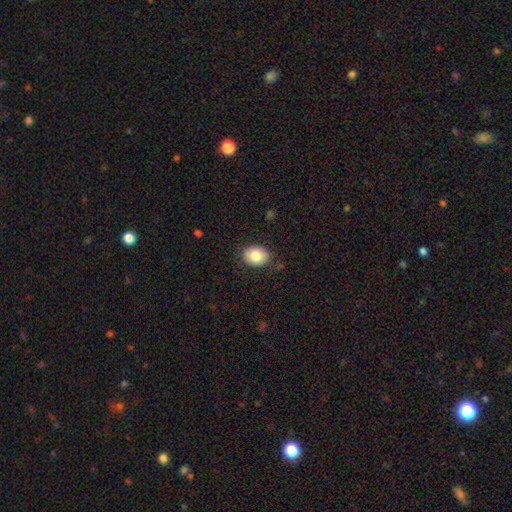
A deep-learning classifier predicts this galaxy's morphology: Smooth or featured: smooth — 82% (featured or disk — 10%)
How rounded: in between — 63% (round — 37%)
Merging: none — 84% (minor disturbance — 12%)